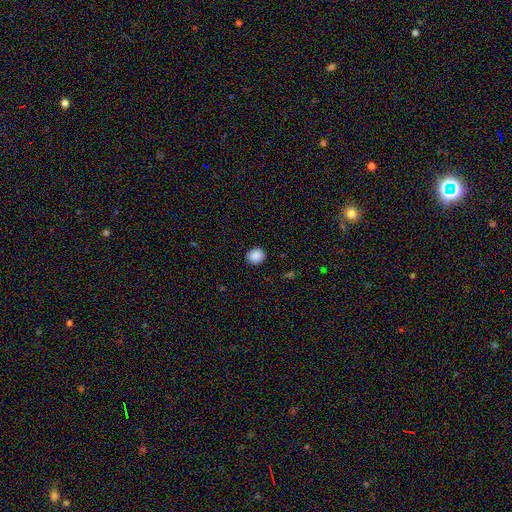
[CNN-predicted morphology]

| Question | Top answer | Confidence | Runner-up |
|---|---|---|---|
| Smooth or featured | smooth | 89% | star or artifact (9%) |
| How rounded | round | 81% | in between (18%) |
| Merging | none | 91% | minor disturbance (6%) |